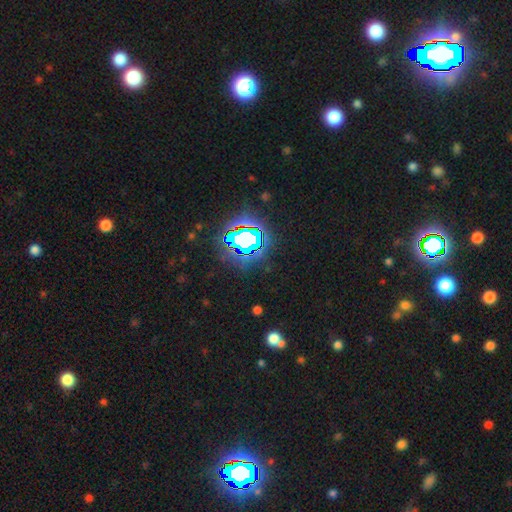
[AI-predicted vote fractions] Smooth or featured? Predicted: star or artifact (p=0.82).